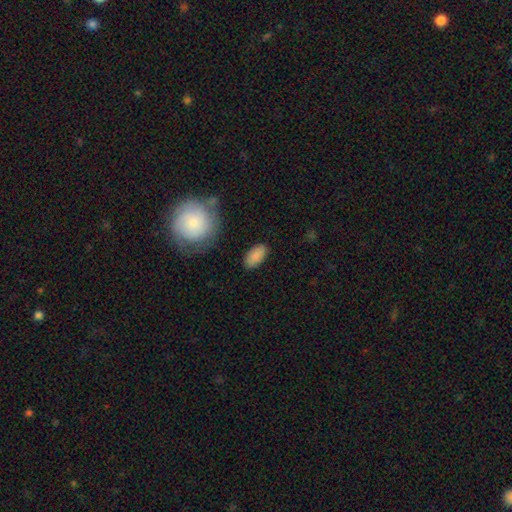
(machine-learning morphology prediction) Smooth or featured?
  - smooth: 86% *
  - star or artifact: 7%
  - featured or disk: 7%
How rounded?
  - in between: 94% *
  - round: 3%
  - cigar-shaped: 3%
Merging?
  - none: 83% *
  - minor disturbance: 12%
  - major disturbance: 3%
  - merger: 2%